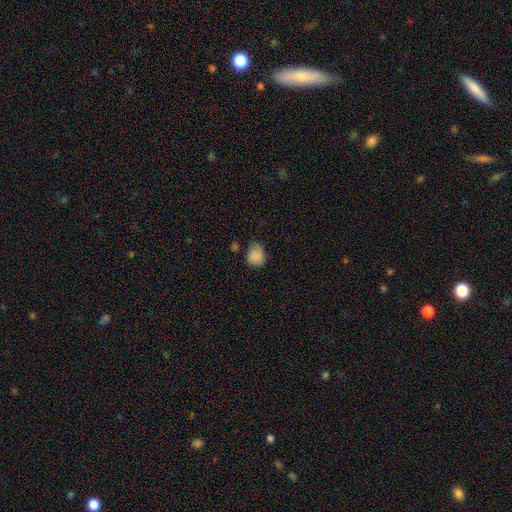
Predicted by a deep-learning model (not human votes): A smooth galaxy with no disk features (82%) that is round (53%).

Vote fractions:
- Smooth or featured? smooth: 82% / star or artifact: 10% / featured or disk: 8%
- How rounded? round: 53% / in between: 46% / cigar-shaped: 1%
- Merging? none: 51% / minor disturbance: 35% / major disturbance: 9% / merger: 4%